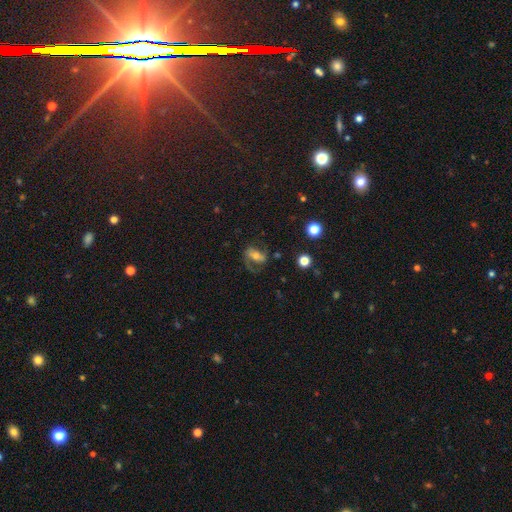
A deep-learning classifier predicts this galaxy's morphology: Smooth or featured: featured or disk — 61% (smooth — 29%)
Edge-on disk: no — 93% (yes — 7%)
Bar: strong — 38% (no — 32%)
Spiral arms: yes — 81% (no — 19%)
Bulge size: moderate — 57% (small — 32%)
Merging: none — 53% (major disturbance — 24%)